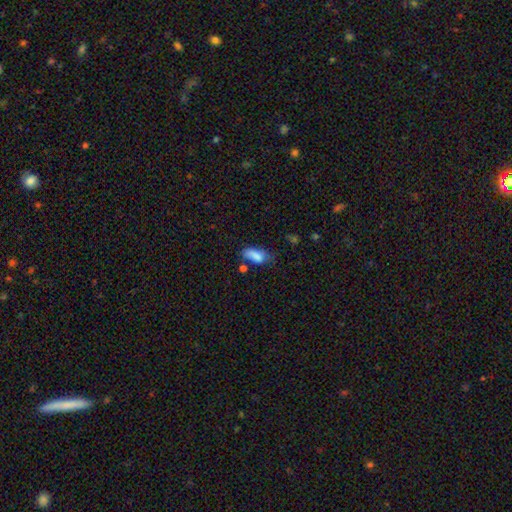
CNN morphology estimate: type=smooth (79%); roundness=in between (82%); merging=none (37%).